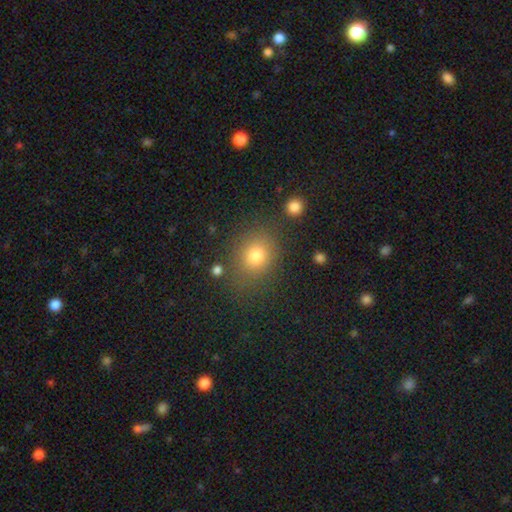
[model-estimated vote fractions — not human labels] smooth_or_featured: smooth (p=0.78) [alt: star or artifact p=0.13]
how_rounded: round (p=0.62) [alt: in between p=0.37]
merging: none (p=0.75) [alt: minor disturbance p=0.14]